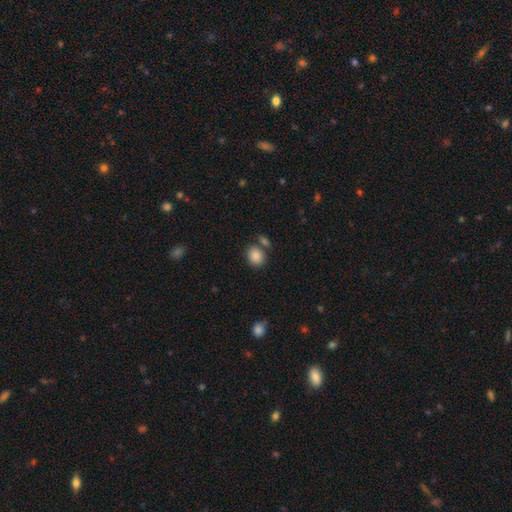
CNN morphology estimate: smooth 87%, star or artifact 8%, featured or disk 5%. Down the decision tree: how rounded — round (57%); merging — none (66%).